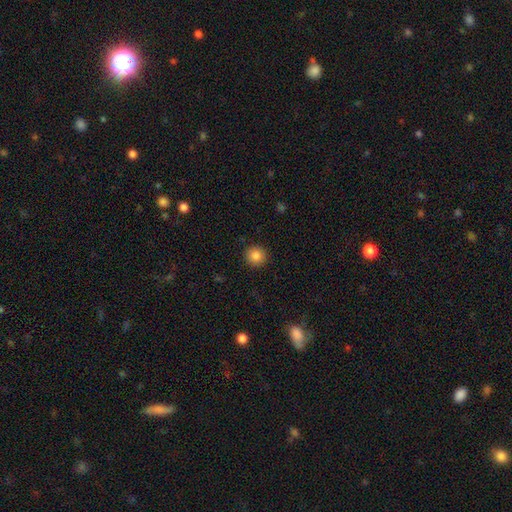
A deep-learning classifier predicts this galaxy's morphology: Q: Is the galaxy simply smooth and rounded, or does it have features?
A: smooth — 86%.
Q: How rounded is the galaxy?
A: round — 93%.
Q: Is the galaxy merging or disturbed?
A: none — 92%.